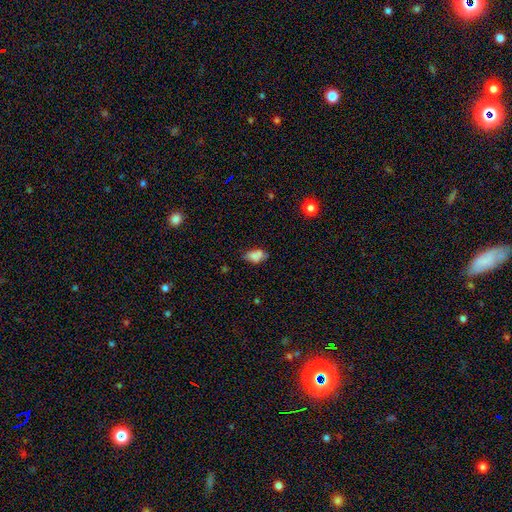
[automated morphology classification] smooth 78%, featured or disk 12%, star or artifact 10%. Down the decision tree: how rounded — in between (88%); merging — none (57%).